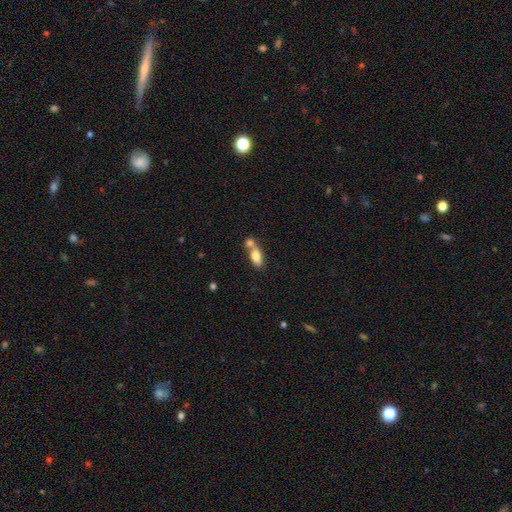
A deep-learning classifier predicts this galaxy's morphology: smooth 77%, featured or disk 15%, star or artifact 8%. Down the decision tree: how rounded — in between (81%); merging — merger (53%).